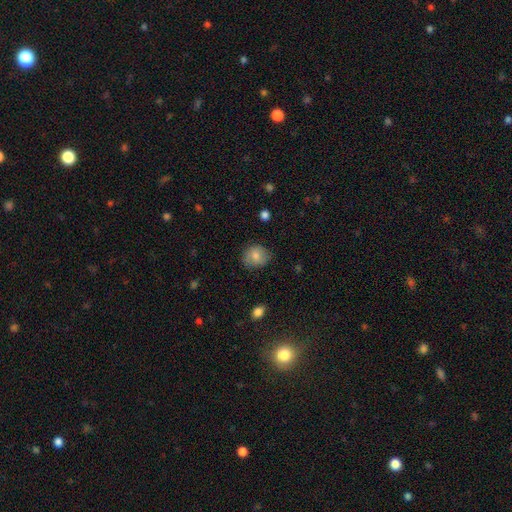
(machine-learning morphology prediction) type=smooth (79%); roundness=round (68%); merging=none (77%).